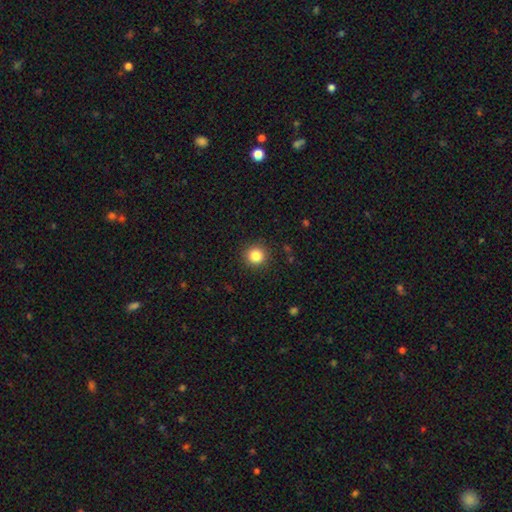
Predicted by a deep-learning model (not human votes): Smooth or featured: smooth — 84% (star or artifact — 11%)
How rounded: round — 94% (in between — 5%)
Merging: none — 91% (minor disturbance — 6%)